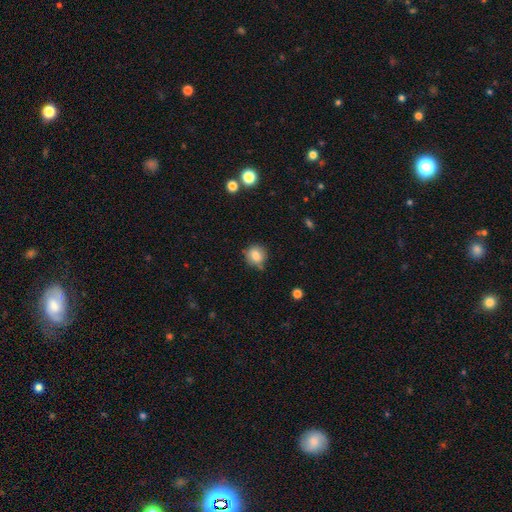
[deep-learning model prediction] This is likely a smooth galaxy (80%). How rounded: clearly round (87%). Merging: likely none (77%).